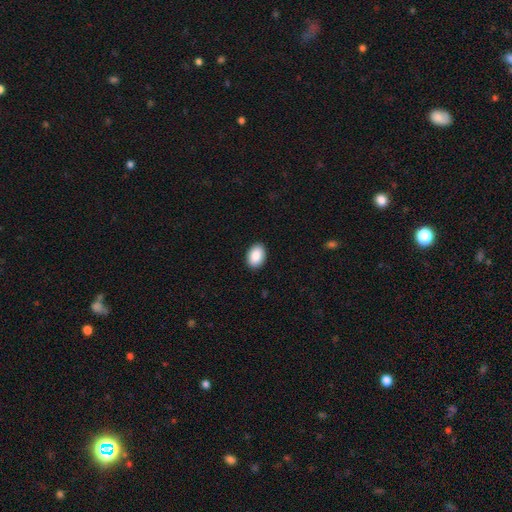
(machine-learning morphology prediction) Q: Smooth or featured?
A: smooth (88%); runner-up: star or artifact (7%)
Q: How rounded?
A: in between (83%); runner-up: round (16%)
Q: Merging?
A: none (91%); runner-up: minor disturbance (7%)